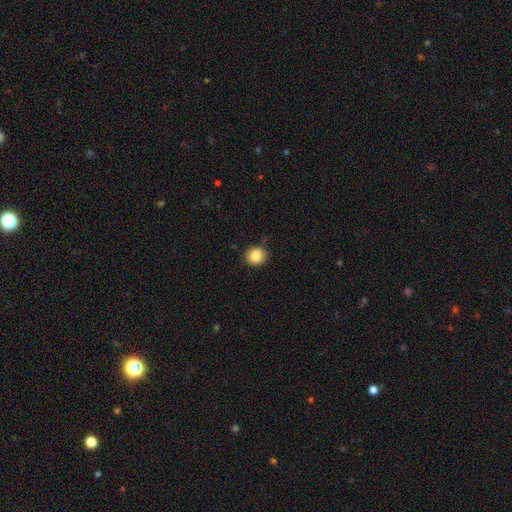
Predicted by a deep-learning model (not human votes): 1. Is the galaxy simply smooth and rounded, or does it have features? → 86% smooth, 9% star or artifact, 5% featured or disk.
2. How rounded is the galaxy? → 90% round, 10% in between, 1% cigar-shaped.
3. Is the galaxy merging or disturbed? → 87% none, 9% minor disturbance, 2% major disturbance, 1% merger.